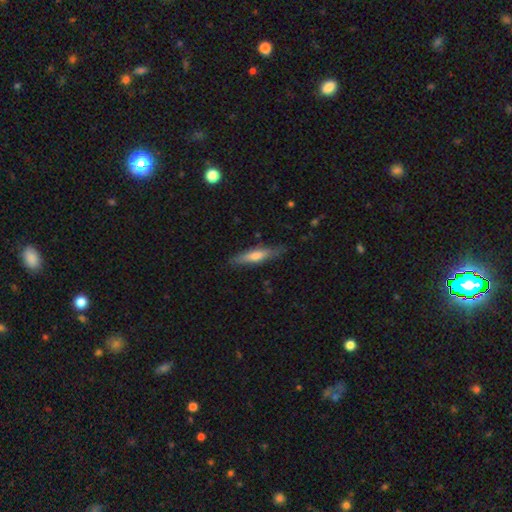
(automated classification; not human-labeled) Overall: smooth (53%; featured or disk 41%). How rounded: cigar-shaped (84%). Merging: none (82%).